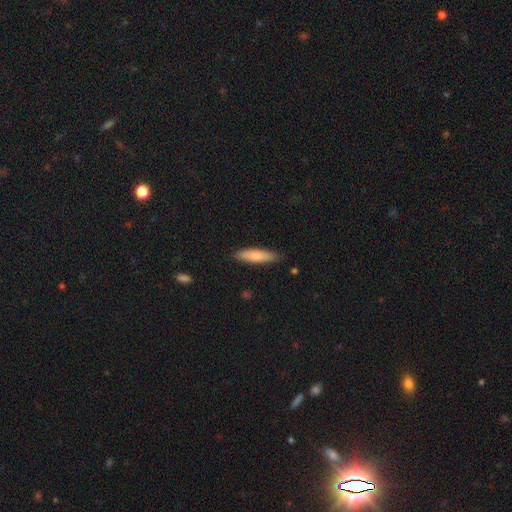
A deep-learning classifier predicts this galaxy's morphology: Q: Smooth or featured?
A: smooth (77%); runner-up: featured or disk (17%)
Q: How rounded?
A: cigar-shaped (73%); runner-up: in between (25%)
Q: Merging?
A: none (86%); runner-up: minor disturbance (11%)